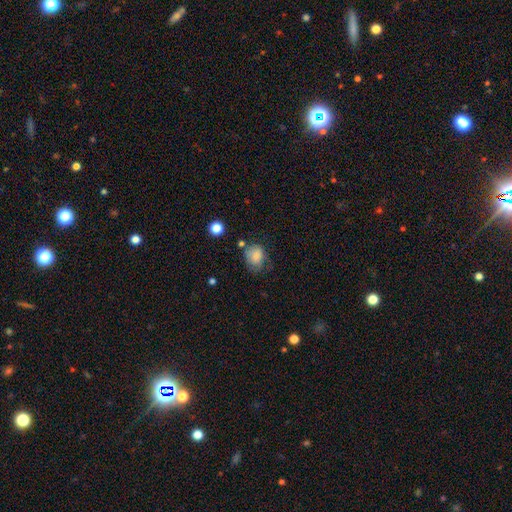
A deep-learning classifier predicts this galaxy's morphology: smooth-or-featured: smooth: 80% | featured or disk: 10% | star or artifact: 10%
  how-rounded: round: 53% | in between: 46% | cigar-shaped: 1%
  merging: none: 48% | minor disturbance: 31% | major disturbance: 14% | merger: 6%